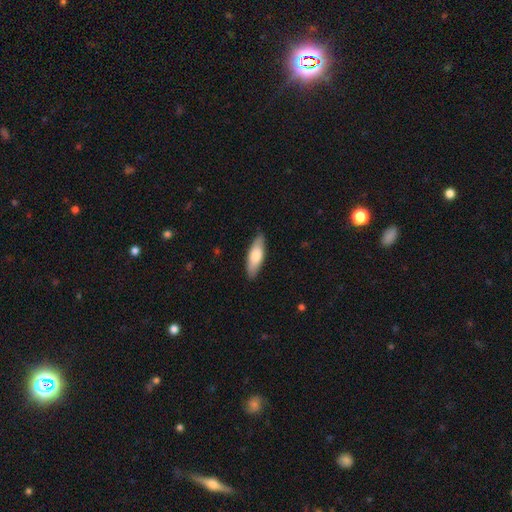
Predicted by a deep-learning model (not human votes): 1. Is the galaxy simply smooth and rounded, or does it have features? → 73% smooth, 22% featured or disk, 5% star or artifact.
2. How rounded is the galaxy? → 60% in between, 38% cigar-shaped, 2% round.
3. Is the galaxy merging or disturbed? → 84% none, 13% minor disturbance, 2% major disturbance, 1% merger.